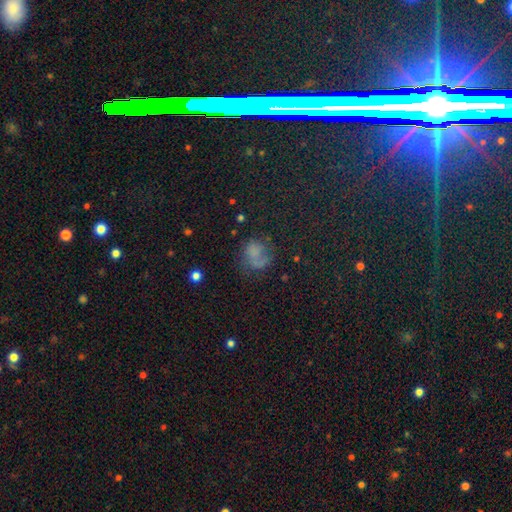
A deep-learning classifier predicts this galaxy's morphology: smooth_or_featured: smooth (p=0.54) [alt: featured or disk p=0.26]
how_rounded: round (p=0.60) [alt: in between p=0.38]
merging: none (p=0.42) [alt: major disturbance p=0.28]